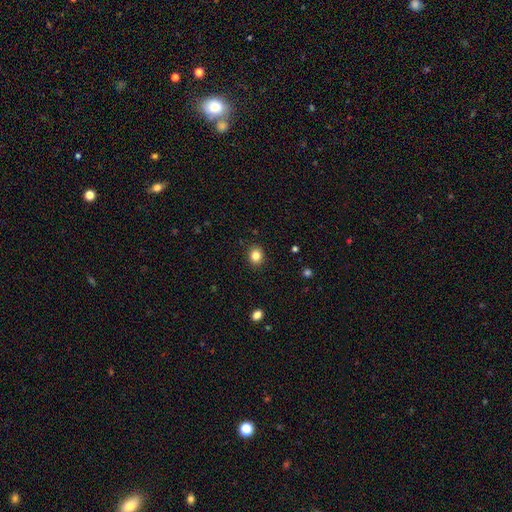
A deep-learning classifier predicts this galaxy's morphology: Overall: smooth (84%). How rounded: round (66%; in between 33%). Merging: none (90%).